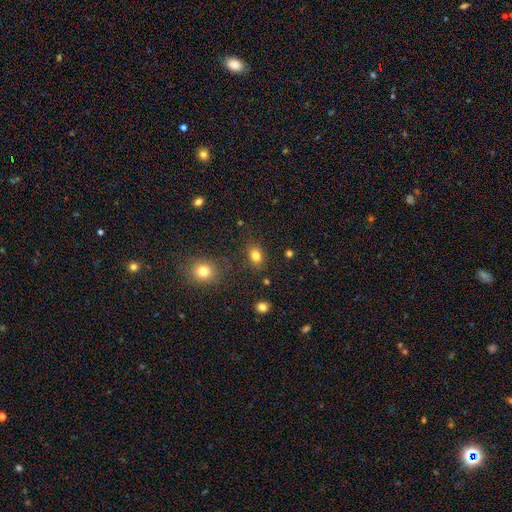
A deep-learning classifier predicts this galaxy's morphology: This appears to be a smooth galaxy with no disk features (81%) that is in between round and cigar-shaped (63%). Merging: none (83%).